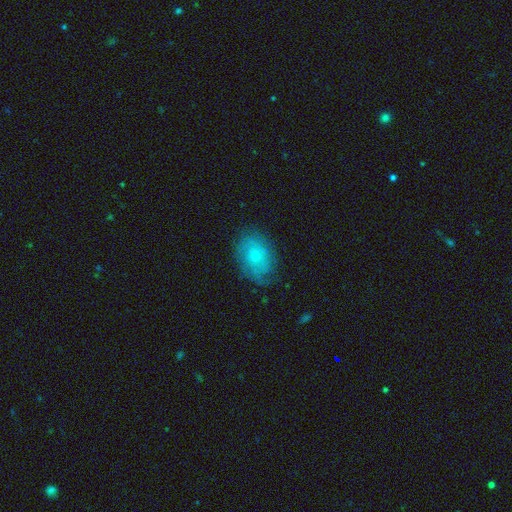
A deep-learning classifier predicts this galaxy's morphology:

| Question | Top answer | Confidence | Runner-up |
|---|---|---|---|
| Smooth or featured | smooth | 54% | featured or disk (37%) |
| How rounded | in between | 70% | round (28%) |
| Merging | none | 68% | minor disturbance (22%) |